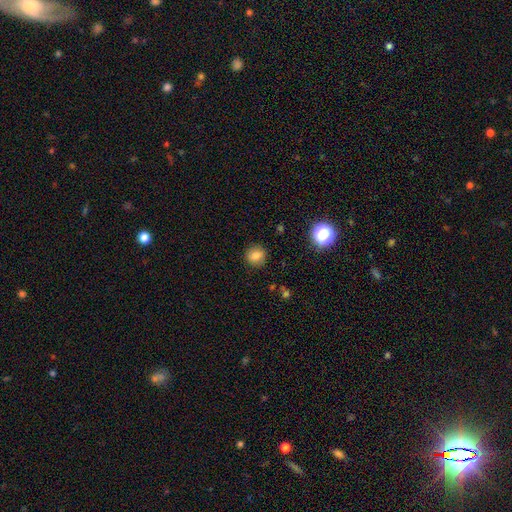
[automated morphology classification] smooth 80%, star or artifact 12%, featured or disk 8%. Down the decision tree: how rounded — round (87%); merging — none (89%).